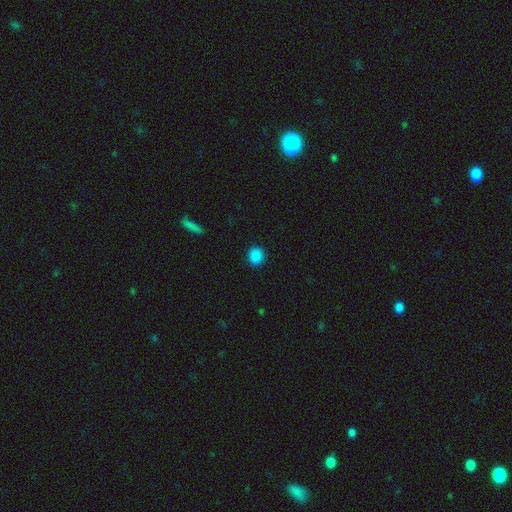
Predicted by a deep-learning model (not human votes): smooth-or-featured: smooth: 88% | star or artifact: 10% | featured or disk: 3%
  how-rounded: round: 82% | in between: 16% | cigar-shaped: 1%
  merging: none: 91% | minor disturbance: 6% | major disturbance: 2% | merger: 1%